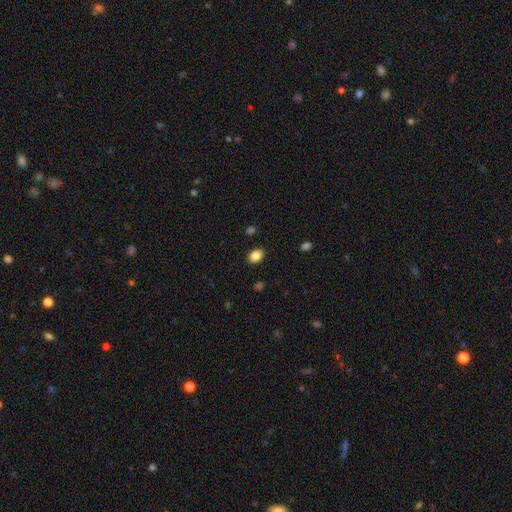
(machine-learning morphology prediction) Smooth or featured: smooth — 85% (star or artifact — 10%)
How rounded: in between — 68% (round — 31%)
Merging: none — 88% (minor disturbance — 8%)